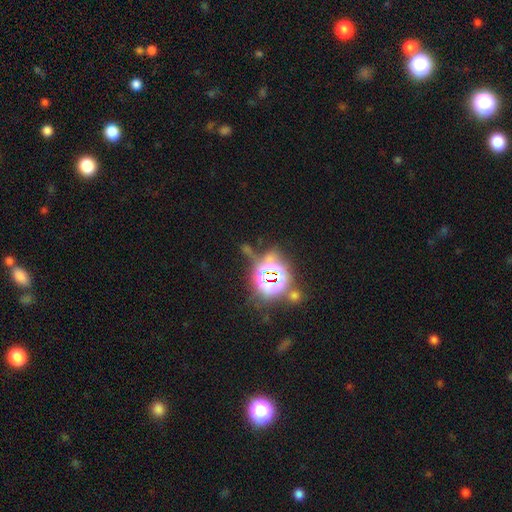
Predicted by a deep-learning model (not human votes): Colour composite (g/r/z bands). It shows a star or artifact, not a galaxy (81%).